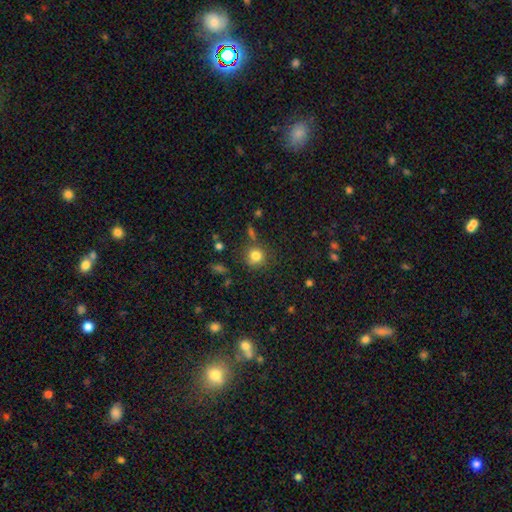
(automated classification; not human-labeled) Smooth or featured: smooth — 81% (star or artifact — 12%)
How rounded: round — 89% (in between — 10%)
Merging: none — 77% (minor disturbance — 13%)